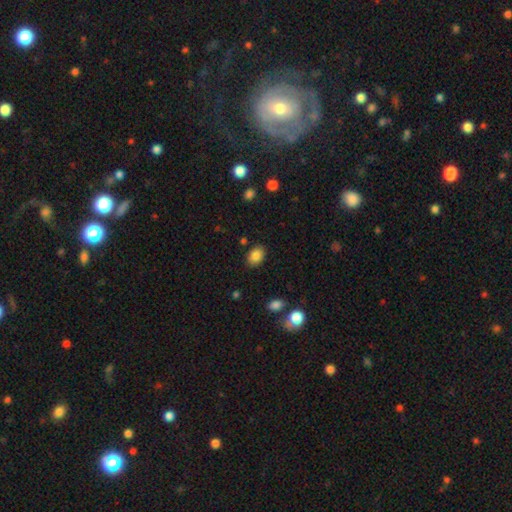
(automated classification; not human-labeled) This appears to be a smooth galaxy with no disk features (84%) that is in between round and cigar-shaped (79%). Merging: none (85%).